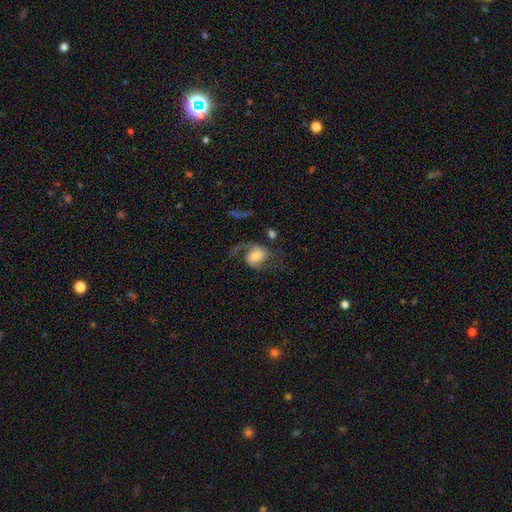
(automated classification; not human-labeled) The model was most divided on "merging": none: 51%, major disturbance: 28%, minor disturbance: 18%, merger: 4%. More confident: edge-on disk — no (97%); spiral arms — yes (91%); spiral arm count — 2 (75%); smooth or featured — featured or disk (66%); bar — no (59%); spiral winding — loose (59%); bulge size — moderate (52%).